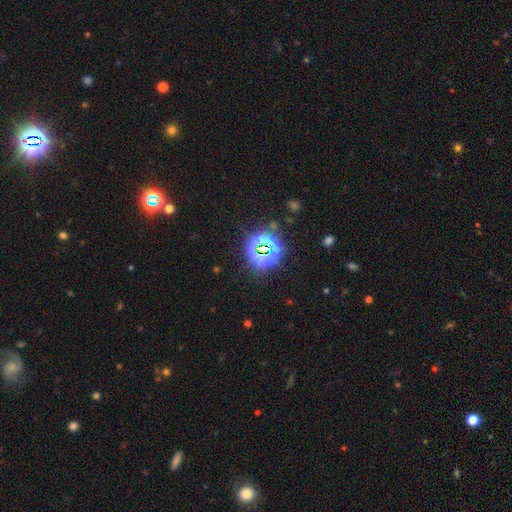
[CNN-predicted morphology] smooth_or_featured: star or artifact (p=0.76) [alt: smooth p=0.15]